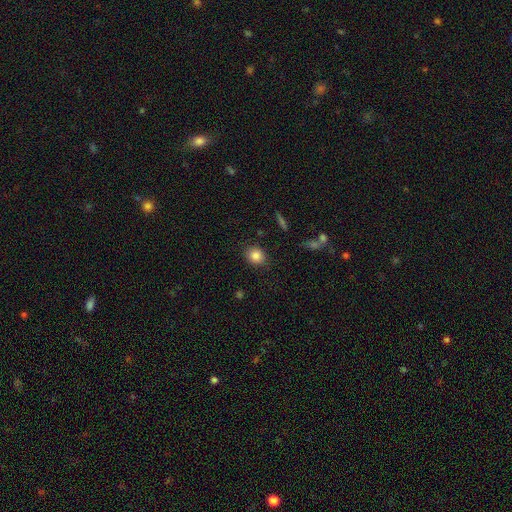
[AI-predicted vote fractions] Overall: smooth (84%). How rounded: round (62%; in between 36%). Merging: none (85%).